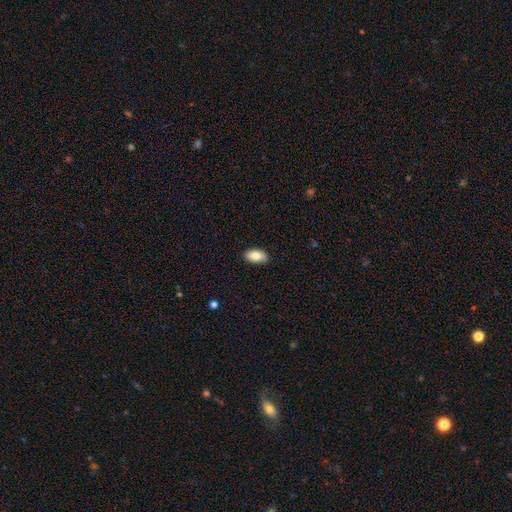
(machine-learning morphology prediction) Smooth or featured?
  - smooth: 80% *
  - featured or disk: 13%
  - star or artifact: 7%
How rounded?
  - in between: 93% *
  - round: 4%
  - cigar-shaped: 3%
Merging?
  - none: 87% *
  - minor disturbance: 10%
  - major disturbance: 2%
  - merger: 1%